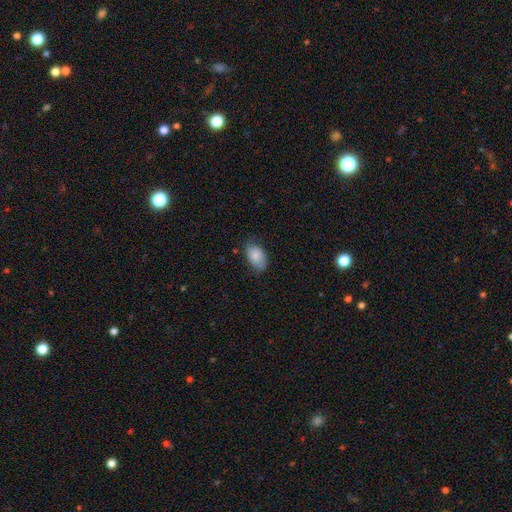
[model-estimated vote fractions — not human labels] The model was most divided on "merging": none: 68%, minor disturbance: 26%, major disturbance: 5%, merger: 2%. More confident: how rounded — in between (90%); smooth or featured — smooth (84%).